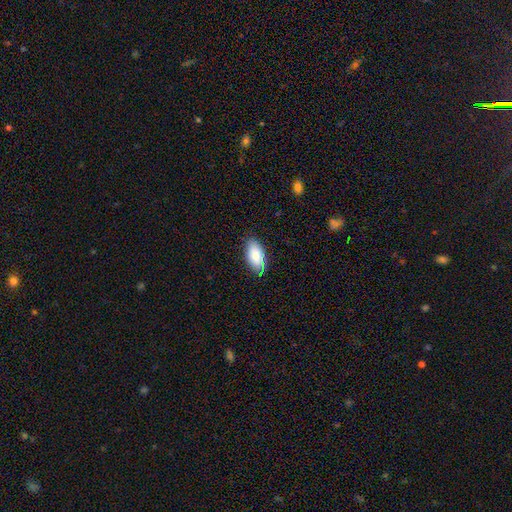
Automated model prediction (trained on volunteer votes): This is clearly a smooth galaxy (80%). How rounded: clearly in between (93%). Merging: likely none (78%).